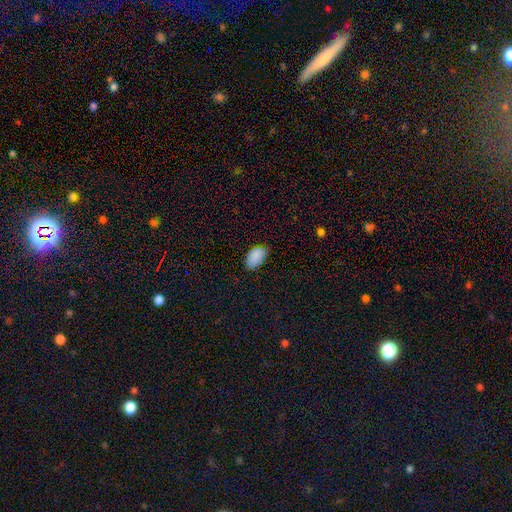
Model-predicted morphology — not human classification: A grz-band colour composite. It shows a smooth galaxy with no disk features (88%) that is in between round and cigar-shaped (93%). Merging: none (70%).